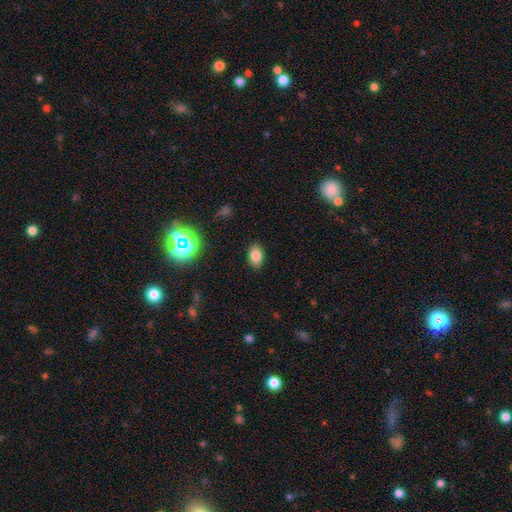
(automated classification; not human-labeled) smooth_or_featured: smooth (p=0.80) [alt: star or artifact p=0.13]
how_rounded: in between (p=0.82) [alt: round p=0.17]
merging: none (p=0.87) [alt: minor disturbance p=0.09]